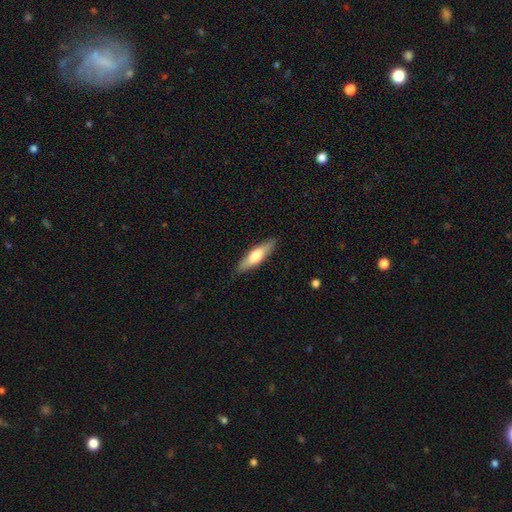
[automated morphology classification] Smooth or featured? Predicted: smooth (p=0.54). How rounded? Predicted: cigar-shaped (p=0.69). Merging? Predicted: none (p=0.88).